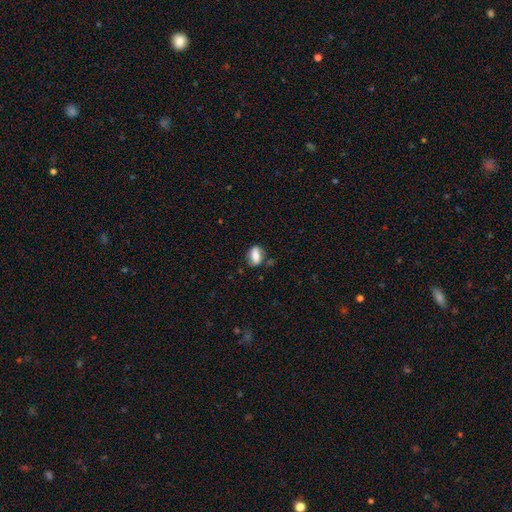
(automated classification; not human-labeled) This appears to be a smooth galaxy with no disk features (71%) that is in between round and cigar-shaped (81%). Merging: none (72%).